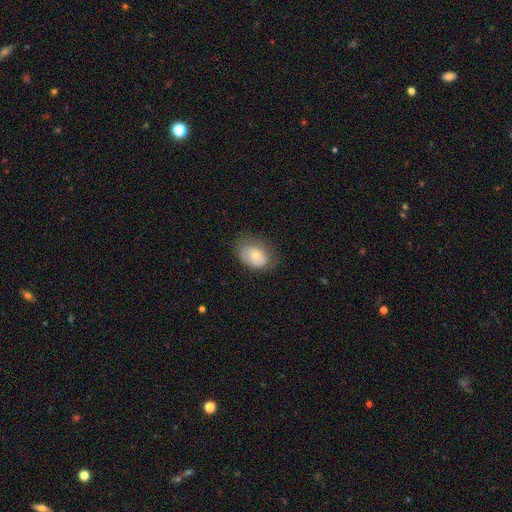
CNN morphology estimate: type=smooth (66%); roundness=in between (69%); merging=none (63%).